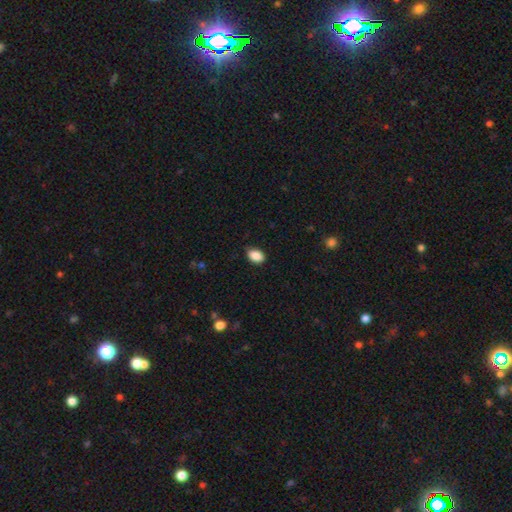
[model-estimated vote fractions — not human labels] Smooth or featured? smooth (88%)
How rounded? in between (85%)
Merging? none (80%)